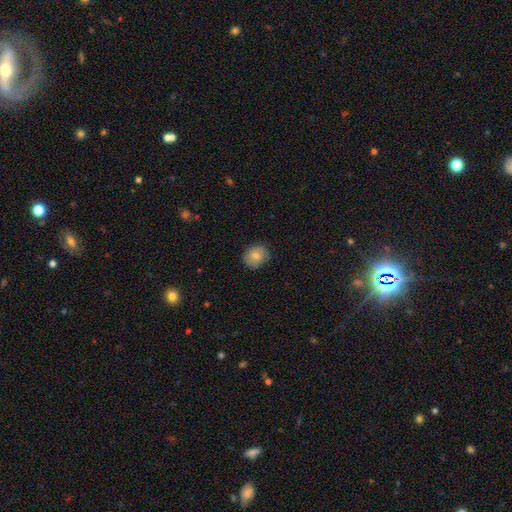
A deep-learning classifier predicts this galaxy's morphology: Smooth or featured? smooth (78%)
How rounded? round (69%)
Merging? none (80%)